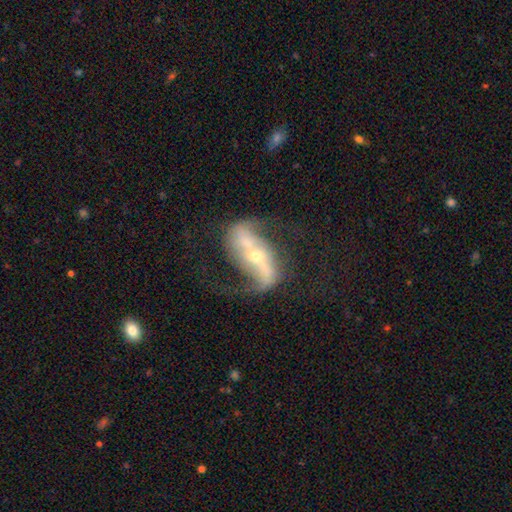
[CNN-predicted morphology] The model was most divided on "bulge size": small: 56%, moderate: 39%, large: 2%, none: 1%, dominant: 1%. More confident: spiral arms — yes (91%); spiral arm count — 2 (90%); edge-on disk — no (90%); smooth or featured — featured or disk (85%); spiral winding — loose (65%); bar — strong (63%); merging — none (60%).